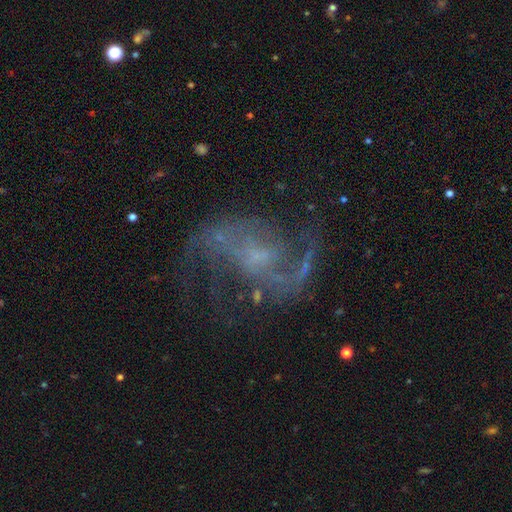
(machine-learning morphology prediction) featured or disk 87%, star or artifact 8%, smooth 5%. Down the decision tree: edge-on disk — no (98%); bar — weak (44%); spiral arms — yes (96%); spiral arm count — 2 (90%); spiral winding — loose (50%); bulge size — small (55%); merging — none (69%).